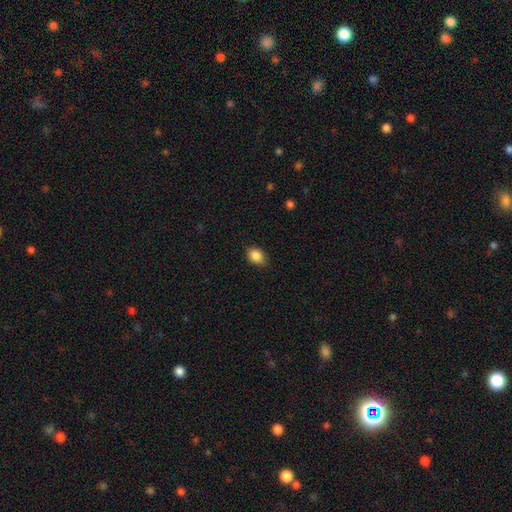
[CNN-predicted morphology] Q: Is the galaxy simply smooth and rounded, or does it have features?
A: smooth — 87%.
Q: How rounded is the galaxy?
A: in between — 70%.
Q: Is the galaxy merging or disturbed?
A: none — 84%.